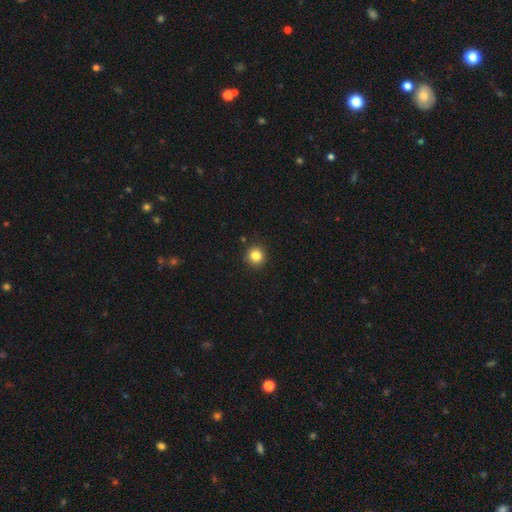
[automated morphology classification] Smooth or featured? smooth (84%)
How rounded? round (94%)
Merging? none (92%)